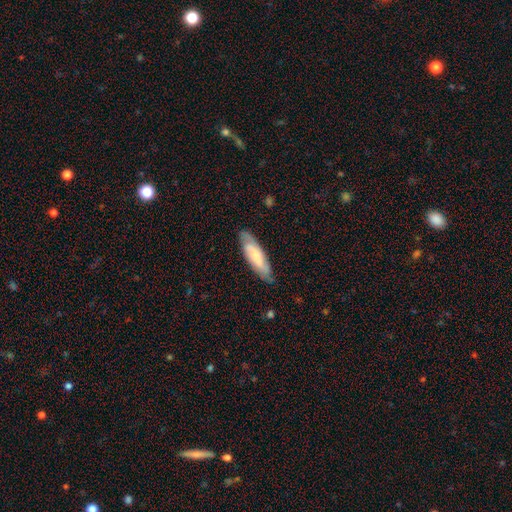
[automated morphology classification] Smooth or featured: smooth — 50% (featured or disk — 44%)
Merging: none — 80% (minor disturbance — 16%)